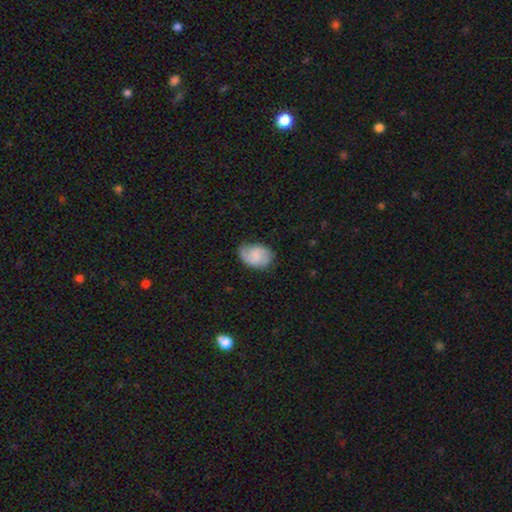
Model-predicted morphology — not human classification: type=featured or disk (50%); edge-on=no (97%); merging=none (69%).